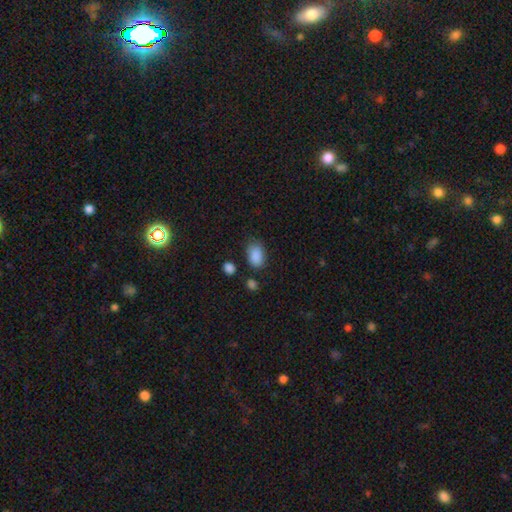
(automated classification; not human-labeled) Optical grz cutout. It shows a smooth galaxy with no disk features (88%) that is in between round and cigar-shaped (86%). Merging: none (67%).